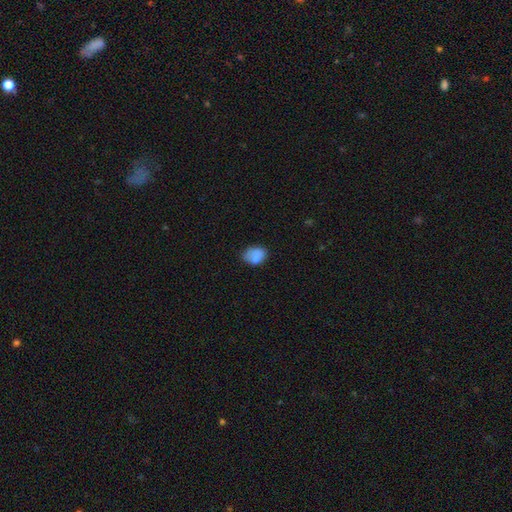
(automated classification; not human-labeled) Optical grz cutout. It shows a smooth galaxy with no disk features (80%) that is in between round and cigar-shaped (73%). Merging: none (57%).